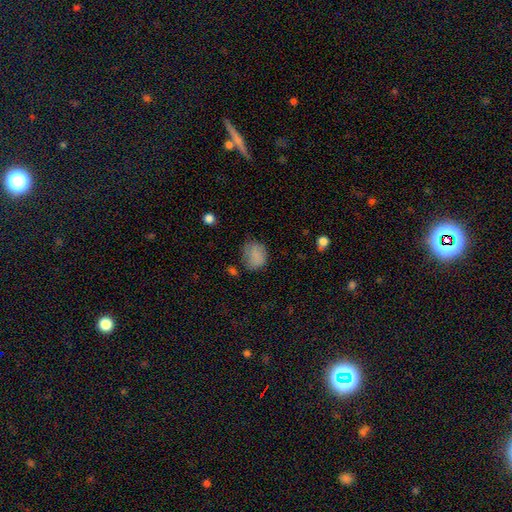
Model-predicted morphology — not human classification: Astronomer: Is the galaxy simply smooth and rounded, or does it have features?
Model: smooth — 82%.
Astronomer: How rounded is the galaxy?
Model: round — 52% (runner-up: in between, 47%).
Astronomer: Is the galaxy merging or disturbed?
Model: none — 61%.